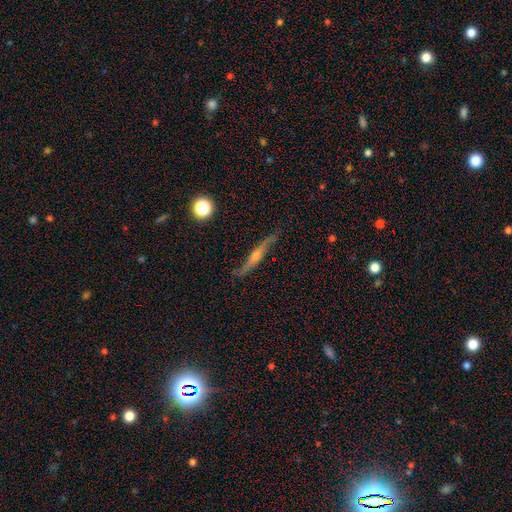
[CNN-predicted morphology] type=featured or disk (79%); edge-on=yes (76%); edge-on bulge=rounded (87%); merging=none (76%).